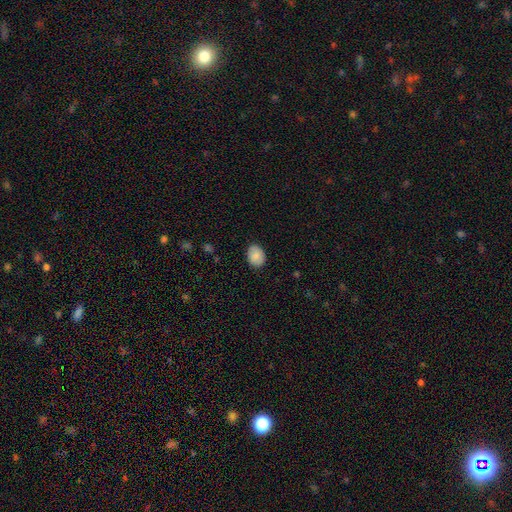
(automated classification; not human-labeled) Smooth or featured? smooth (87%)
How rounded? in between (68%)
Merging? none (85%)